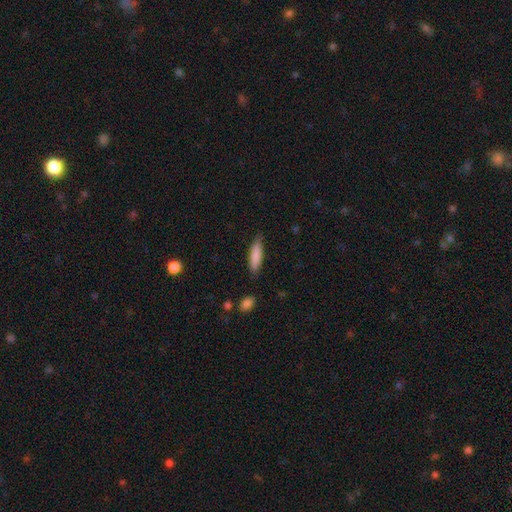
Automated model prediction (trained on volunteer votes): Smooth or featured: smooth — 85% (featured or disk — 9%)
How rounded: cigar-shaped — 67% (in between — 31%)
Merging: none — 81% (minor disturbance — 14%)